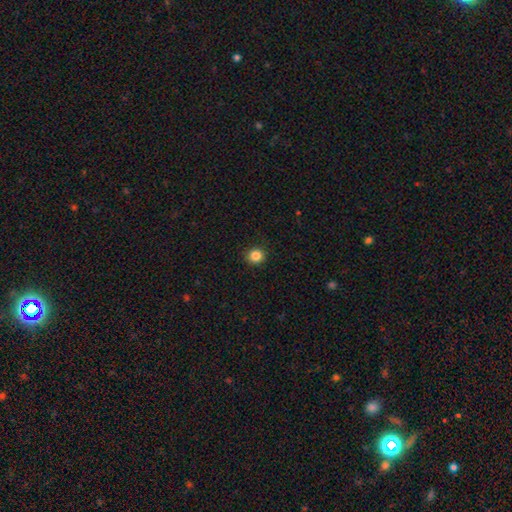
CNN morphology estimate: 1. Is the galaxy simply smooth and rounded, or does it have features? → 85% smooth, 11% star or artifact, 4% featured or disk.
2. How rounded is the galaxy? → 92% round, 7% in between, 1% cigar-shaped.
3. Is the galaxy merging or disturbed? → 92% none, 6% minor disturbance, 2% major disturbance, 1% merger.